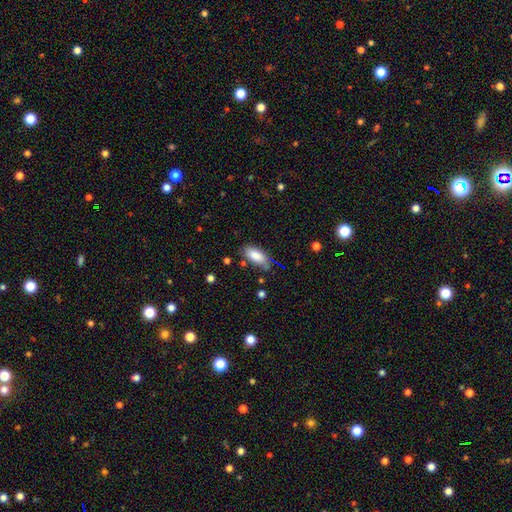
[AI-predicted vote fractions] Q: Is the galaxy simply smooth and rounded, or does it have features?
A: smooth — 82%.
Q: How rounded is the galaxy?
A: in between — 86%.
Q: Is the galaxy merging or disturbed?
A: none — 64%.